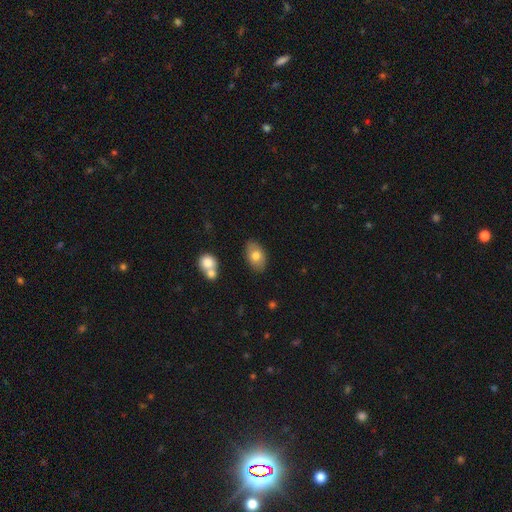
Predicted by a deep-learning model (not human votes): Overall: smooth (73%). How rounded: in between (90%). Merging: none (80%).